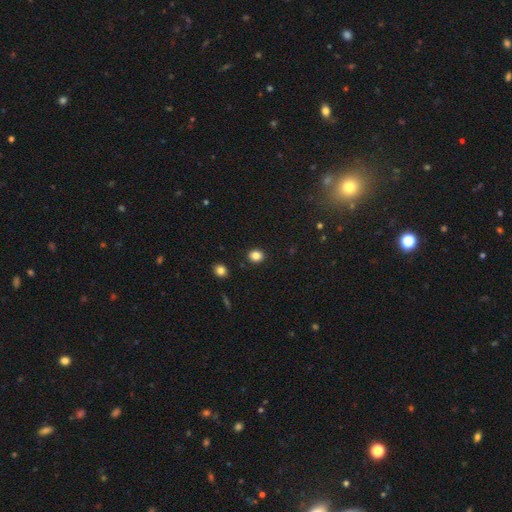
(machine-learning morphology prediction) Smooth or featured: smooth — 85% (star or artifact — 10%)
How rounded: round — 65% (in between — 34%)
Merging: none — 89% (minor disturbance — 7%)